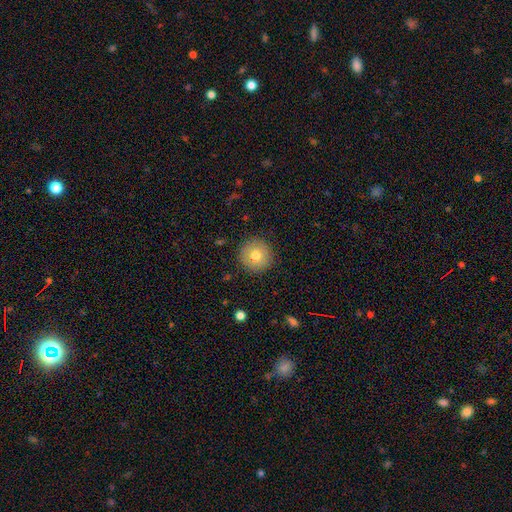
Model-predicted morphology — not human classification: smooth 75%, featured or disk 16%, star or artifact 9%. Down the decision tree: how rounded — round (95%); merging — none (89%).